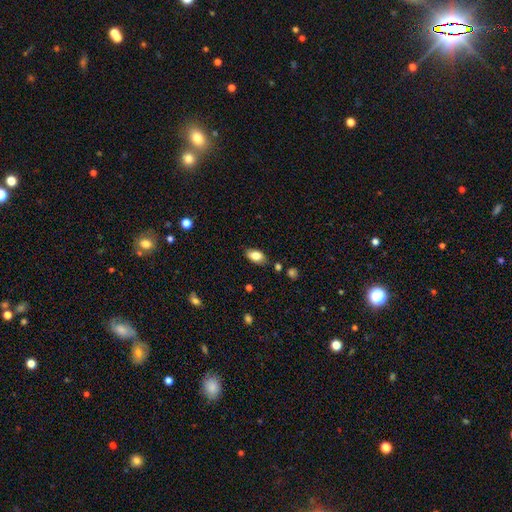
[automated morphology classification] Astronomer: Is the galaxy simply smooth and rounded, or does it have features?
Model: smooth — 82%.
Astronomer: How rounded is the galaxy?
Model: in between — 92%.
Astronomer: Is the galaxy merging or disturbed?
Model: none — 83%.